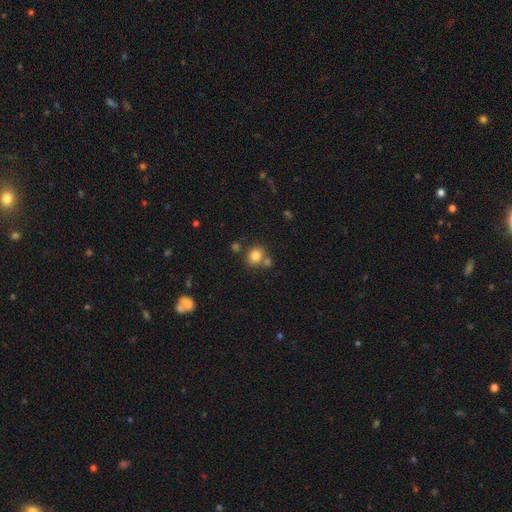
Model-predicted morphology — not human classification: A smooth galaxy with no disk features (81%) that is round (74%).

Vote fractions:
- Smooth or featured? smooth: 81% / star or artifact: 12% / featured or disk: 7%
- How rounded? round: 74% / in between: 25% / cigar-shaped: 1%
- Merging? none: 65% / merger: 21% / minor disturbance: 11% / major disturbance: 4%